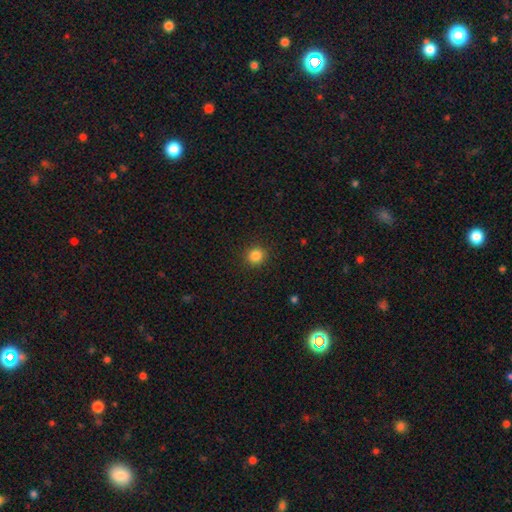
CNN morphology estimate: Overall: smooth (84%). How rounded: round (91%). Merging: none (91%).